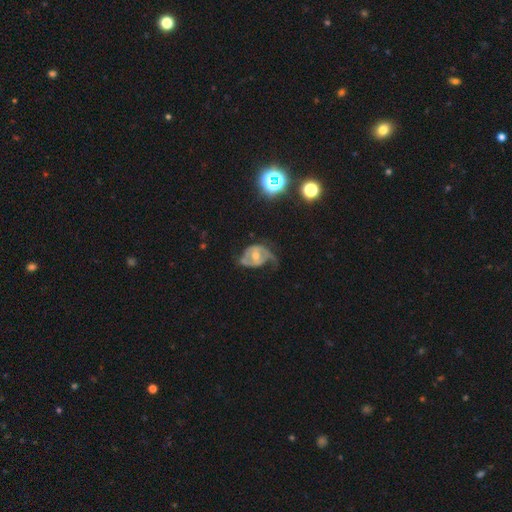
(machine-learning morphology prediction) Smooth or featured: featured or disk — 72% (smooth — 20%)
Edge-on disk: no — 96% (yes — 4%)
Bar: no — 50% (weak — 35%)
Spiral arms: yes — 75% (no — 25%)
Spiral winding: medium — 39% (loose — 33%)
Spiral arm count: 2 — 57% (1 — 21%)
Bulge size: moderate — 64% (small — 30%)
Merging: major disturbance — 34% (none — 33%)